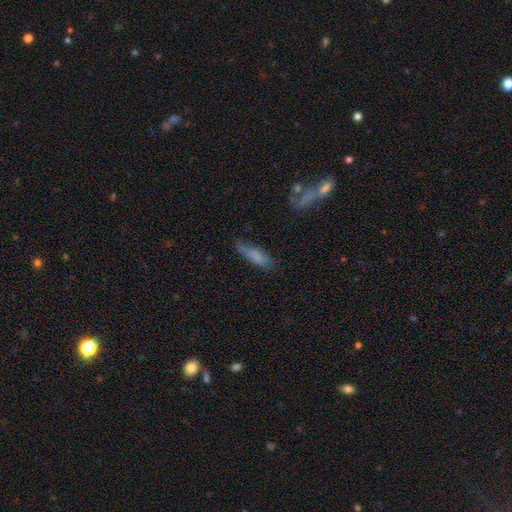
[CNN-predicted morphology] This is likely a smooth galaxy (74%). How rounded: possibly cigar-shaped (58%). Merging: likely none (61%).